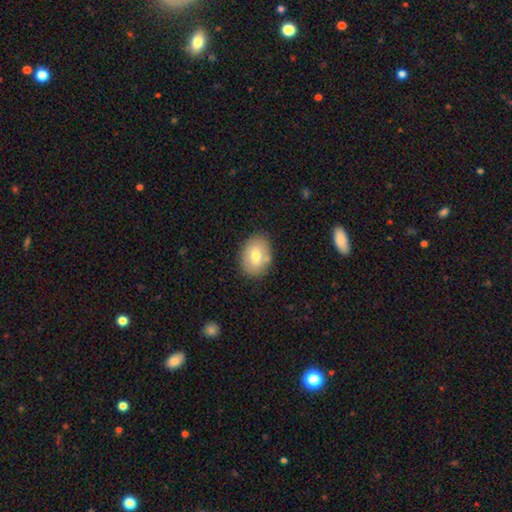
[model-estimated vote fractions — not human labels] This is likely a smooth galaxy (72%). How rounded: likely in between (77%). Merging: clearly none (80%).